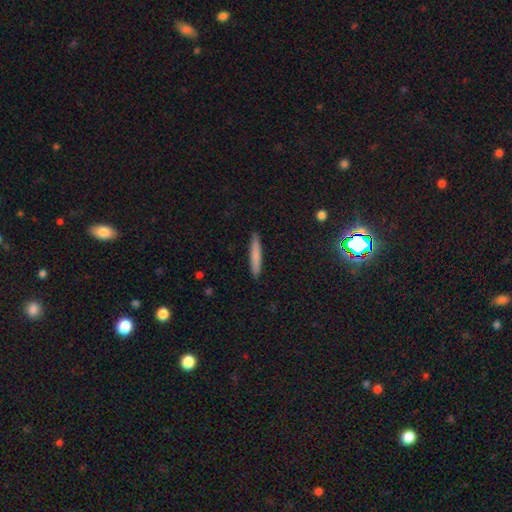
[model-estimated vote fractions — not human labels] smooth_or_featured: smooth (p=0.77) [alt: featured or disk p=0.16]
how_rounded: cigar-shaped (p=0.94) [alt: in between p=0.05]
merging: none (p=0.91) [alt: minor disturbance p=0.07]